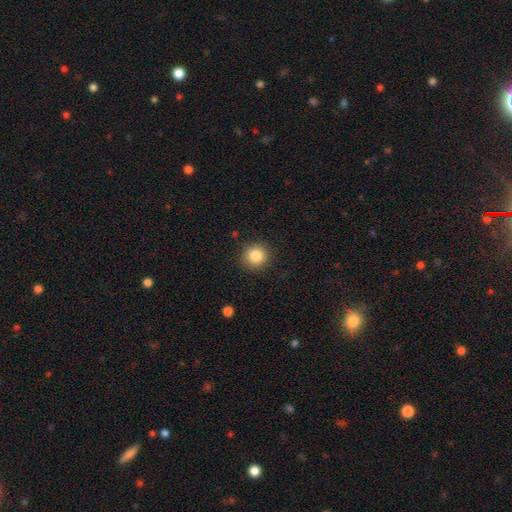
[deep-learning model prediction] This appears to be a smooth galaxy with no disk features (84%) that is round (90%). Merging: none (89%).